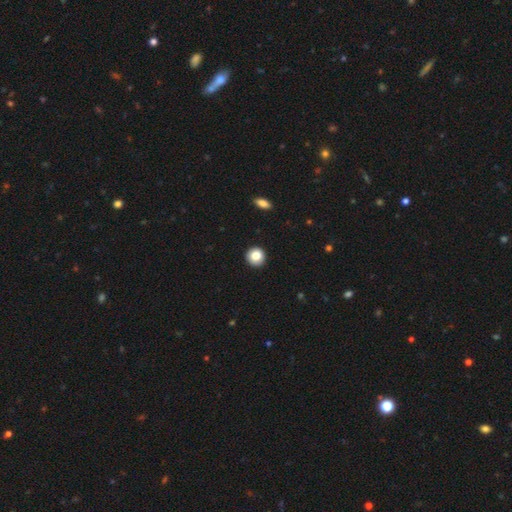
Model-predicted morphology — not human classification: The model was most divided on "smooth or featured": smooth: 85%, star or artifact: 9%, featured or disk: 6%. More confident: how rounded — round (92%); merging — none (91%).